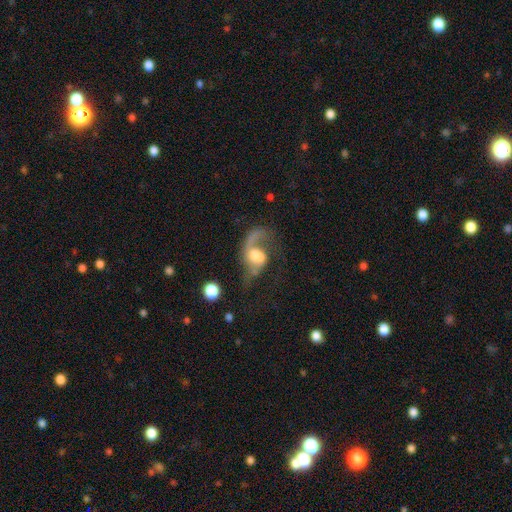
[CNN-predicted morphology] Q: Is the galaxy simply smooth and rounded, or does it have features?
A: featured or disk — 71%.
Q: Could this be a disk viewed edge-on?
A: no — 96%.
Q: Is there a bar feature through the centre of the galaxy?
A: no — 55%.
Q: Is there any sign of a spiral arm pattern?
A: yes — 87%.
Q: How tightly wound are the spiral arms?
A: loose — 73%.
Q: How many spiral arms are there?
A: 1 — 59%.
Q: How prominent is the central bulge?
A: moderate — 49%.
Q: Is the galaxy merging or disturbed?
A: major disturbance — 47%.